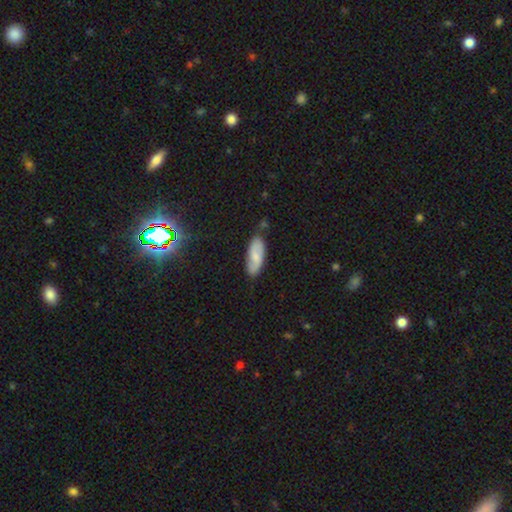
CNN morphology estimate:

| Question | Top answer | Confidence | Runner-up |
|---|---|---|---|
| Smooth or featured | smooth | 63% | featured or disk (30%) |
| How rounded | in between | 74% | cigar-shaped (24%) |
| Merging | none | 78% | minor disturbance (16%) |